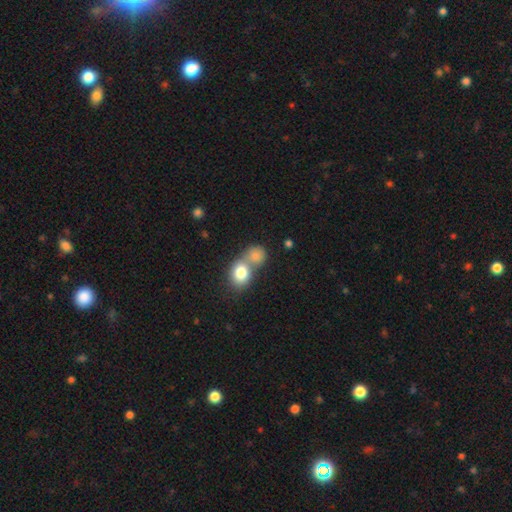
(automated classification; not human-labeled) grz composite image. It shows a smooth galaxy with no disk features (81%) that is round (68%). Merging: merger (60%).